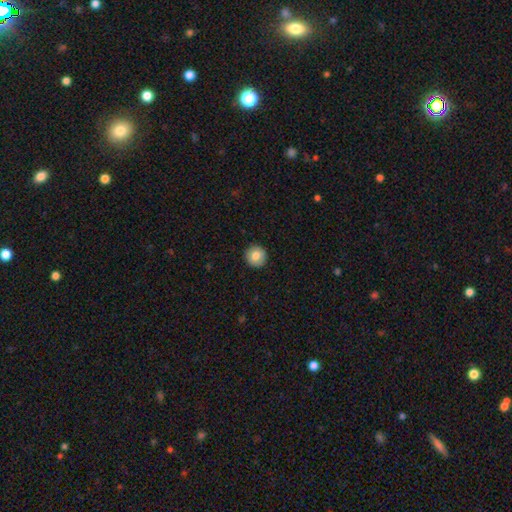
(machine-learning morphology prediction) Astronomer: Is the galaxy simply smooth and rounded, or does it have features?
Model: smooth — 80%.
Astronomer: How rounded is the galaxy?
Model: round — 95%.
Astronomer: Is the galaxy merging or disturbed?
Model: none — 92%.